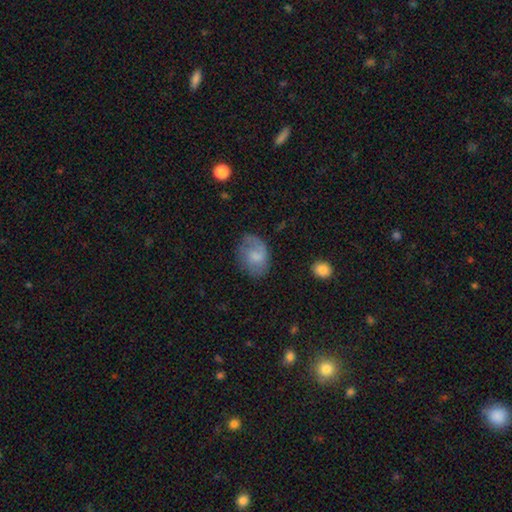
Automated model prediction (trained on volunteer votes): This is likely a smooth galaxy (65%). How rounded: likely in between (69%). Merging: possibly none (60%).